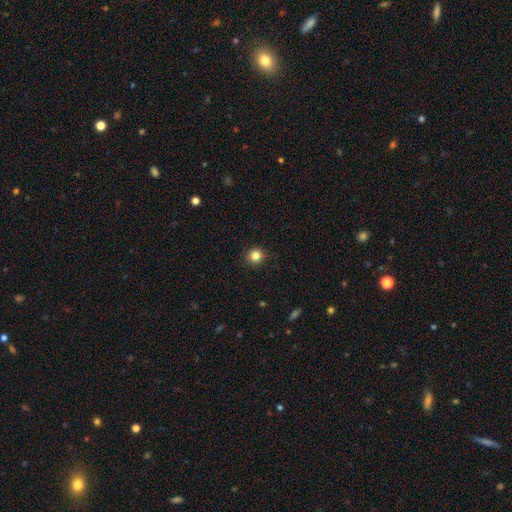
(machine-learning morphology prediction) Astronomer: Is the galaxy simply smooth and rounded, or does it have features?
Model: smooth — 84%.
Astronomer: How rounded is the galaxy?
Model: round — 91%.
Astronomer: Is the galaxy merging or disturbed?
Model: none — 90%.